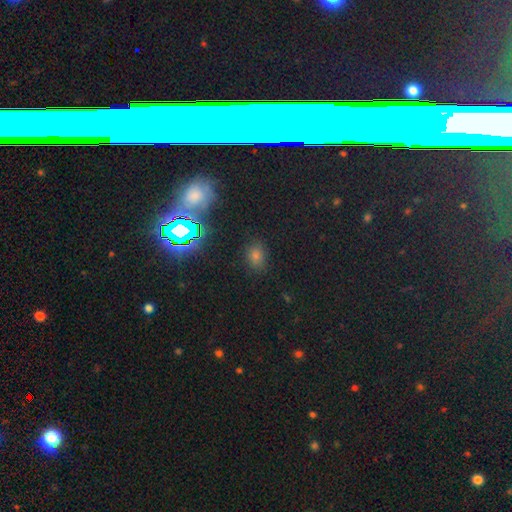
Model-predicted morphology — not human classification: smooth-or-featured: smooth: 54% | star or artifact: 38% | featured or disk: 8%
  how-rounded: in between: 53% | round: 45% | cigar-shaped: 2%
  merging: none: 84% | minor disturbance: 10% | major disturbance: 3% | merger: 2%